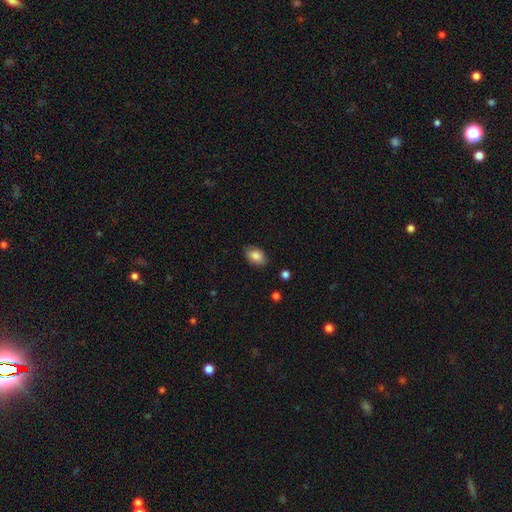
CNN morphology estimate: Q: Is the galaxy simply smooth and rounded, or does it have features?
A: smooth — 85%.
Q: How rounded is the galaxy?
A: in between — 89%.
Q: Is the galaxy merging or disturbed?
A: none — 84%.